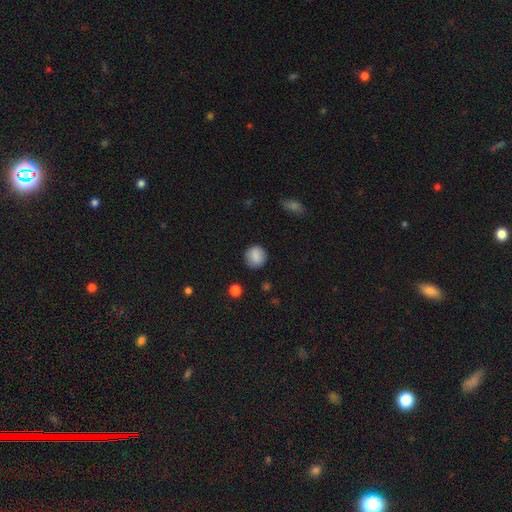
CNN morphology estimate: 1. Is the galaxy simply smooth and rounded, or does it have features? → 86% smooth, 8% star or artifact, 6% featured or disk.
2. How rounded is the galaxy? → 87% round, 12% in between, 1% cigar-shaped.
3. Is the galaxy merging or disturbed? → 87% none, 9% minor disturbance, 3% major disturbance, 1% merger.